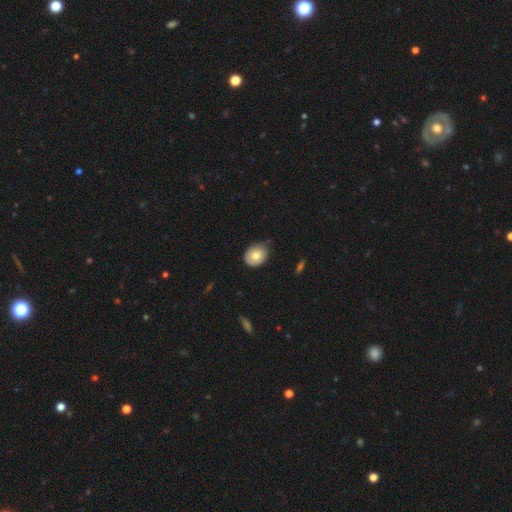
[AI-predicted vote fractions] smooth-or-featured: smooth: 77% | featured or disk: 15% | star or artifact: 8%
  how-rounded: round: 51% | in between: 48% | cigar-shaped: 1%
  merging: none: 67% | minor disturbance: 27% | major disturbance: 4% | merger: 2%